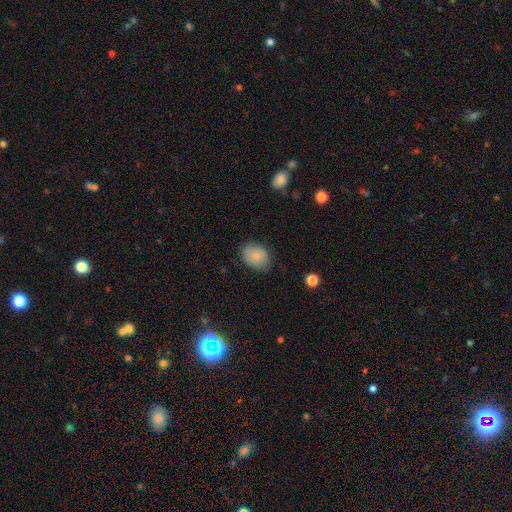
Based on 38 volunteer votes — smooth-or-featured: smooth: 87% | star or artifact: 8% | featured or disk: 5%
  how-rounded: in between: 70% | round: 30% | cigar-shaped: 0%
  merging: none: 77% | minor disturbance: 23% | major disturbance: 0% | merger: 0%